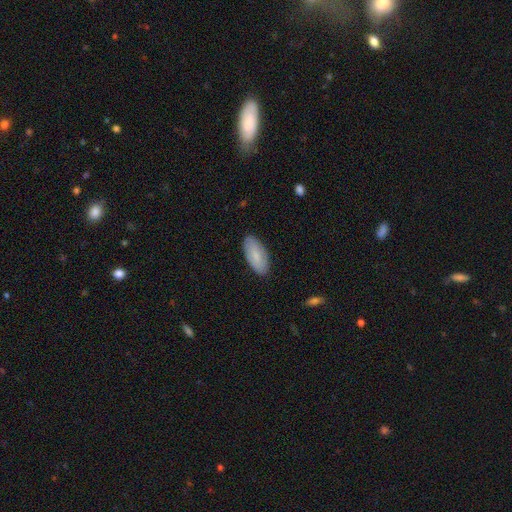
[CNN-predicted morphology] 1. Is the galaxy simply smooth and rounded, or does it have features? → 76% smooth, 19% featured or disk, 6% star or artifact.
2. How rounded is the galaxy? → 91% in between, 7% cigar-shaped, 2% round.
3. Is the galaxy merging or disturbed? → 86% none, 11% minor disturbance, 2% major disturbance, 1% merger.